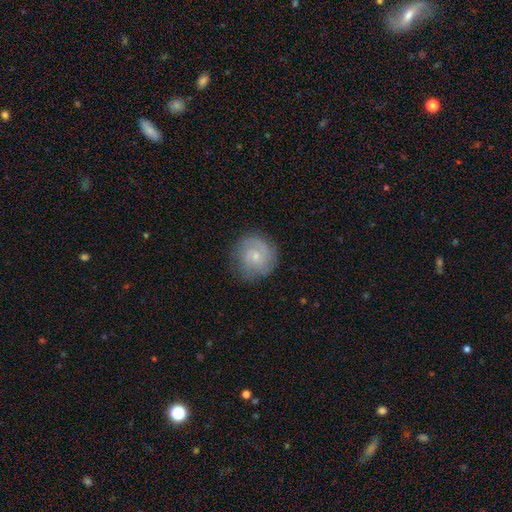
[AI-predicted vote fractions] Smooth or featured? featured or disk (54%)
Edge-on disk? no (98%)
Bar? no (72%)
Spiral arms? yes (86%)
Bulge size? small (67%)
Merging? none (78%)